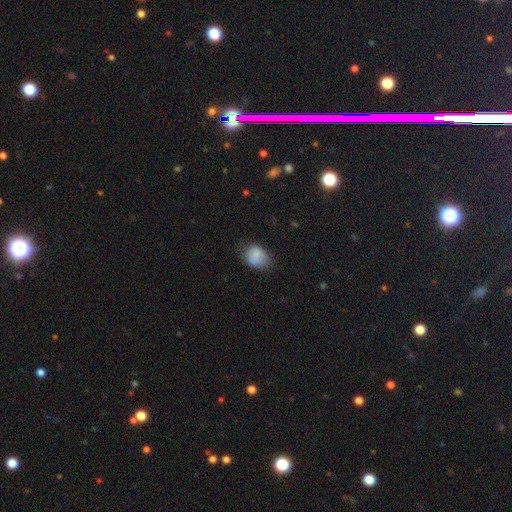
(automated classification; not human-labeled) This appears to be a smooth galaxy with no disk features (83%) that is in between round and cigar-shaped (65%). Merging: none (61%).